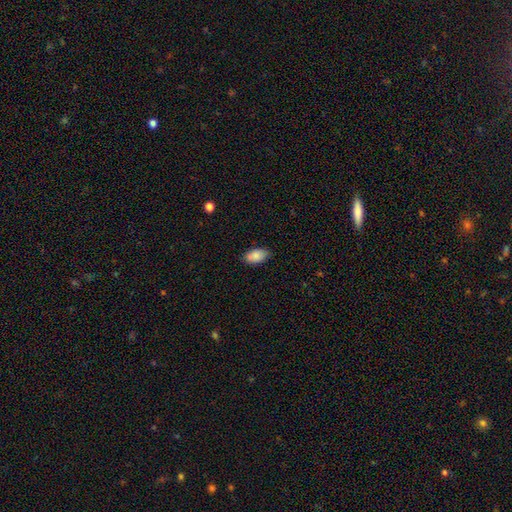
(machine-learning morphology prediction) Smooth or featured? smooth (85%)
How rounded? in between (93%)
Merging? none (80%)